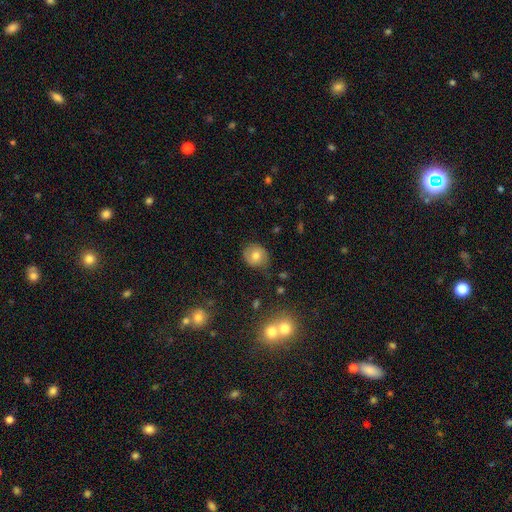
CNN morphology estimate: smooth-or-featured: smooth: 70% | featured or disk: 20% | star or artifact: 11%
  how-rounded: round: 76% | in between: 23% | cigar-shaped: 1%
  merging: none: 74% | minor disturbance: 19% | major disturbance: 5% | merger: 2%